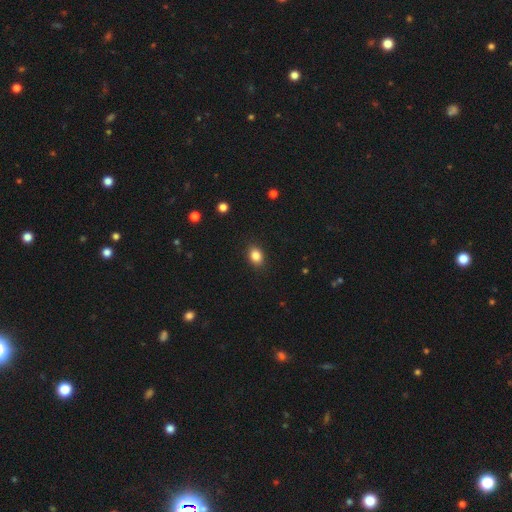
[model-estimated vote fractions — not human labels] smooth-or-featured: smooth: 86% | star or artifact: 10% | featured or disk: 5%
  how-rounded: in between: 68% | round: 30% | cigar-shaped: 1%
  merging: none: 88% | minor disturbance: 9% | major disturbance: 2% | merger: 1%